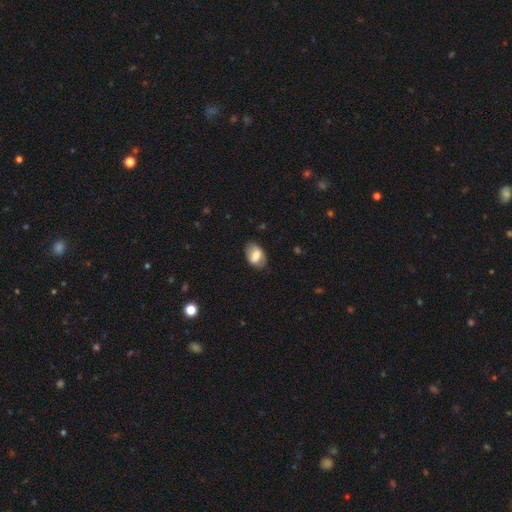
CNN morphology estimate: Smooth or featured: smooth — 70% (featured or disk — 23%)
How rounded: in between — 88% (round — 10%)
Merging: none — 76% (minor disturbance — 18%)